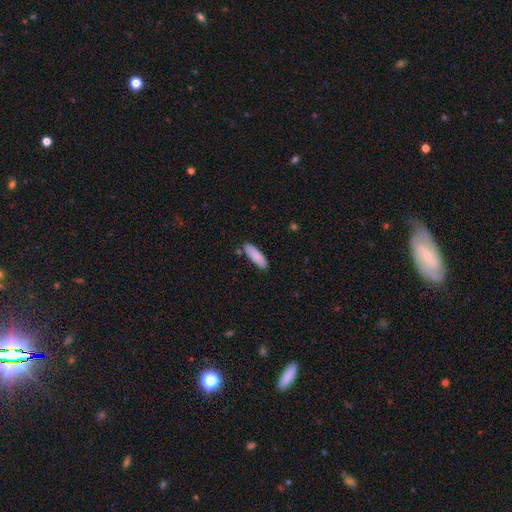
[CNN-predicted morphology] Smooth or featured? Predicted: smooth (p=0.87). How rounded? Predicted: cigar-shaped (p=0.53). Merging? Predicted: none (p=0.82).